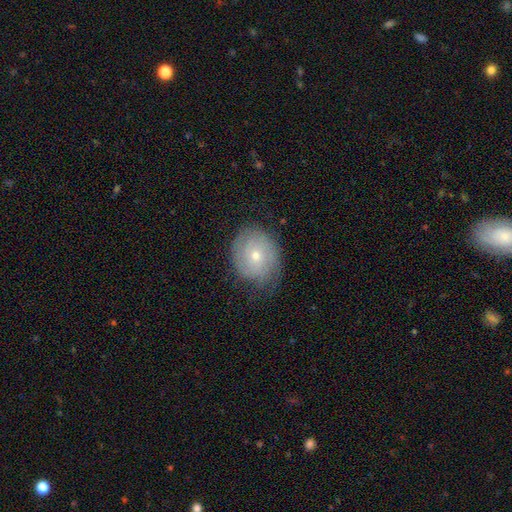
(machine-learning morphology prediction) The model was most divided on "bulge size": small: 52%, moderate: 45%, large: 1%, none: 1%, dominant: 1%. More confident: edge-on disk — no (96%); spiral arms — yes (78%); bar — no (76%); merging — none (67%); smooth or featured — featured or disk (56%).